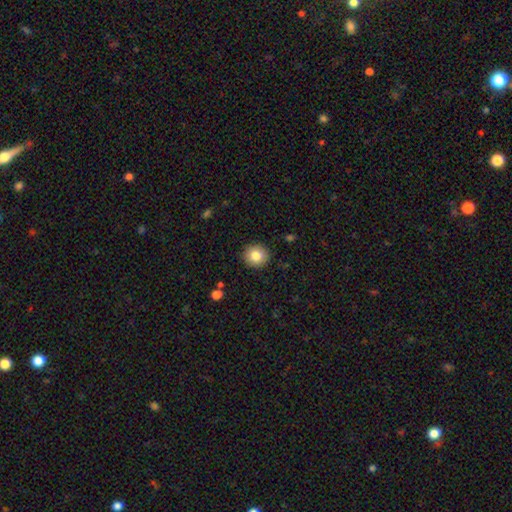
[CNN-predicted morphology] Smooth or featured?
  - smooth: 82% *
  - star or artifact: 9%
  - featured or disk: 9%
How rounded?
  - round: 89% *
  - in between: 10%
  - cigar-shaped: 1%
Merging?
  - none: 91% *
  - minor disturbance: 6%
  - major disturbance: 2%
  - merger: 1%